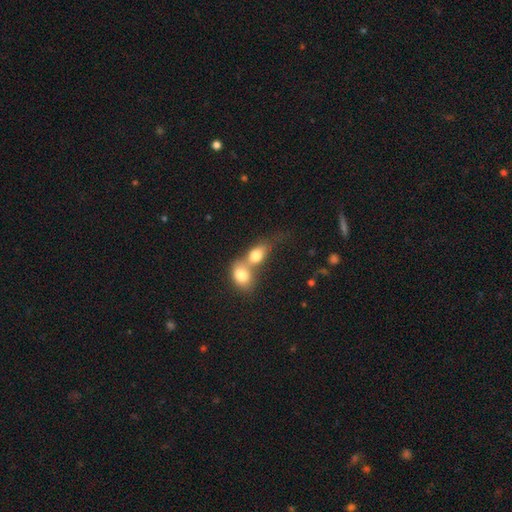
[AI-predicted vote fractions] A smooth galaxy with no disk features (76%) that is in between round and cigar-shaped (68%).

Vote fractions:
- Smooth or featured? smooth: 76% / featured or disk: 16% / star or artifact: 9%
- How rounded? in between: 68% / round: 29% / cigar-shaped: 3%
- Merging? merger: 72% / none: 18% / minor disturbance: 6% / major disturbance: 4%